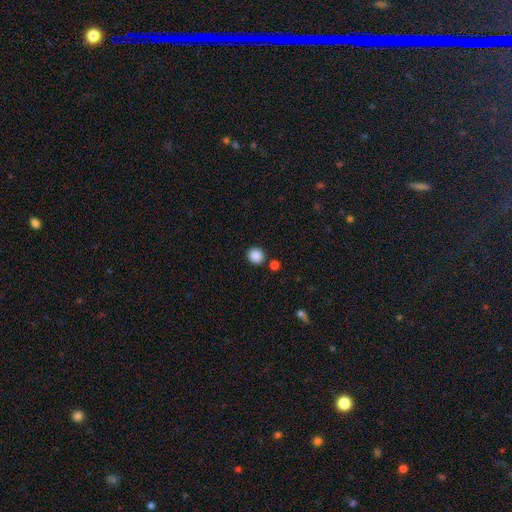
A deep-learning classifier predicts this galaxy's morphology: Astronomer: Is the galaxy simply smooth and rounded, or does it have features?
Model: smooth — 87%.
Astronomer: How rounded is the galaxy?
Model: round — 89%.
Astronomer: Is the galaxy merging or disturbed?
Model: none — 85%.